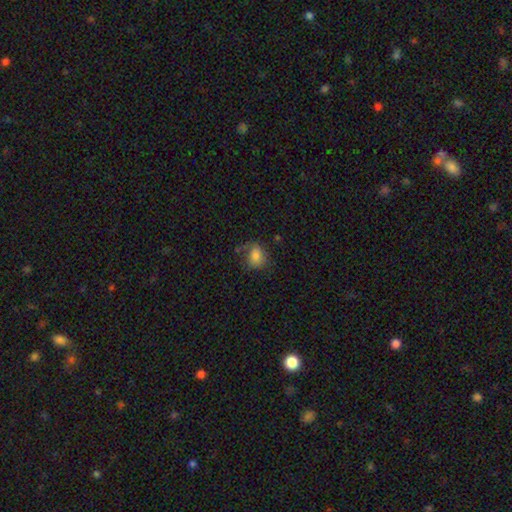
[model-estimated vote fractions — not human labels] smooth_or_featured: smooth (p=0.79) [alt: featured or disk p=0.12]
how_rounded: in between (p=0.54) [alt: round p=0.45]
merging: none (p=0.59) [alt: minor disturbance p=0.24]